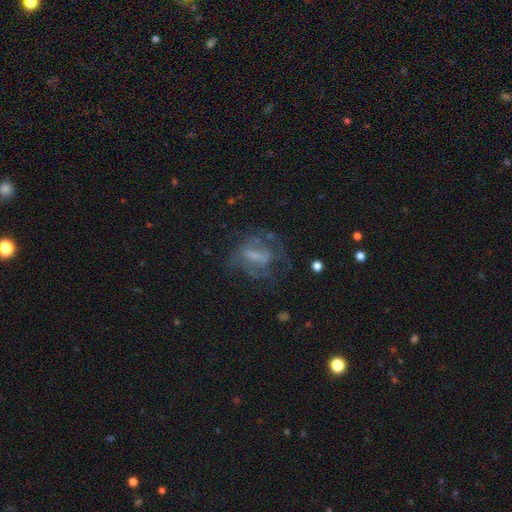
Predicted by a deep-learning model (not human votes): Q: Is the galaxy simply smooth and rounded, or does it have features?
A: featured or disk — 56%.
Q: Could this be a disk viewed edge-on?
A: no — 94%.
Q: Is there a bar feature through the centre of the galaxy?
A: weak — 39%.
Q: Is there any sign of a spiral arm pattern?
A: no — 52%.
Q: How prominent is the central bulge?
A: none — 38%.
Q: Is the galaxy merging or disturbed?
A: none — 46%.